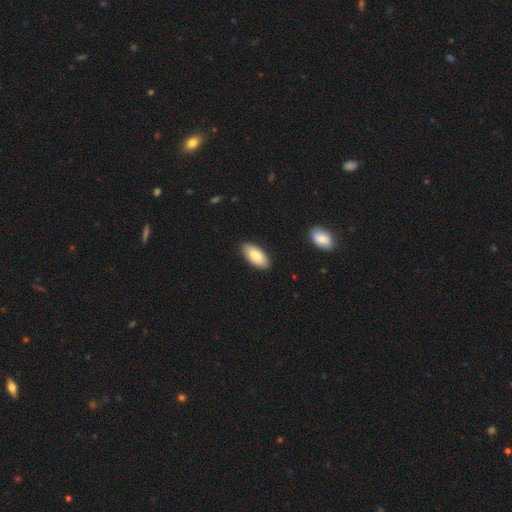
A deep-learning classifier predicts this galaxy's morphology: Smooth or featured? Predicted: smooth (p=0.81). How rounded? Predicted: in between (p=0.93). Merging? Predicted: none (p=0.89).